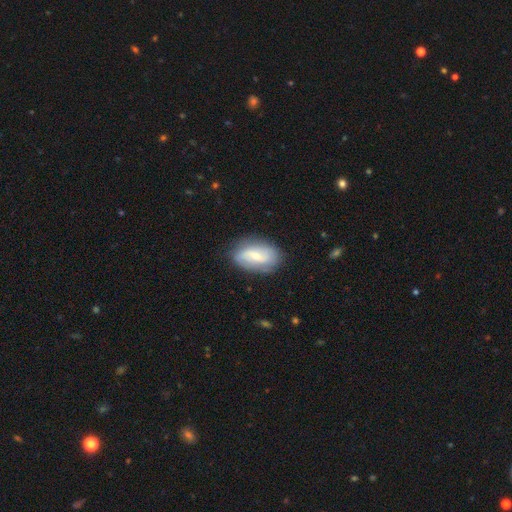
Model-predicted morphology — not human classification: Q: Smooth or featured?
A: featured or disk (56%); runner-up: smooth (38%)
Q: Edge-on disk?
A: no (94%); runner-up: yes (6%)
Q: Bar?
A: weak (48%); runner-up: no (31%)
Q: Spiral arms?
A: yes (77%); runner-up: no (23%)
Q: Bulge size?
A: small (59%); runner-up: moderate (35%)
Q: Merging?
A: none (77%); runner-up: minor disturbance (17%)